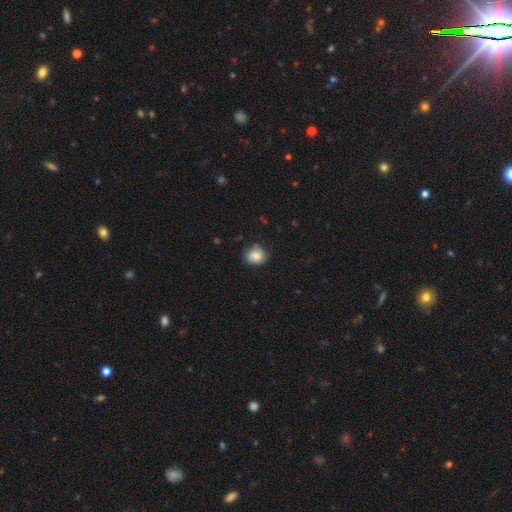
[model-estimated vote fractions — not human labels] Smooth or featured? Predicted: smooth (p=0.81). How rounded? Predicted: round (p=0.73). Merging? Predicted: none (p=0.75).